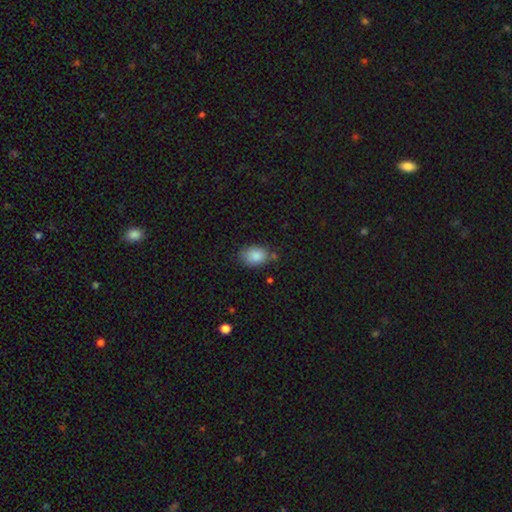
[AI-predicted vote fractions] smooth-or-featured: smooth: 87% | star or artifact: 8% | featured or disk: 5%
  how-rounded: in between: 78% | round: 21% | cigar-shaped: 1%
  merging: none: 69% | minor disturbance: 21% | merger: 5% | major disturbance: 5%